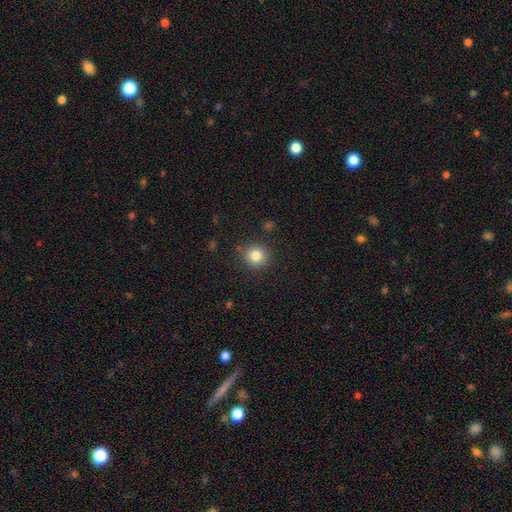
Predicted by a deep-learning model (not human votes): A smooth galaxy with no disk features (83%) that is round (93%). Merging: none (88%).